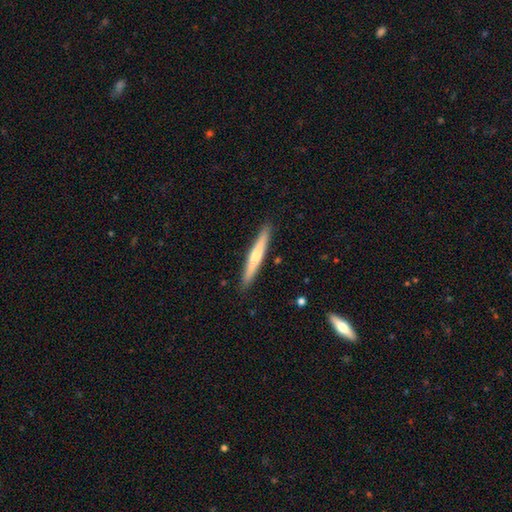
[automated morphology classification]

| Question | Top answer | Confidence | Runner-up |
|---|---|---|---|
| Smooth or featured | smooth | 49% | featured or disk (46%) |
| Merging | none | 91% | minor disturbance (7%) |